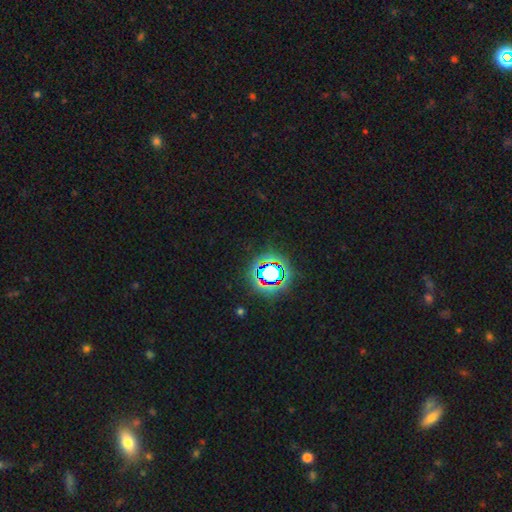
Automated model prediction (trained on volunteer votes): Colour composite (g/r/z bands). It shows a star or artifact, not a galaxy (77%).